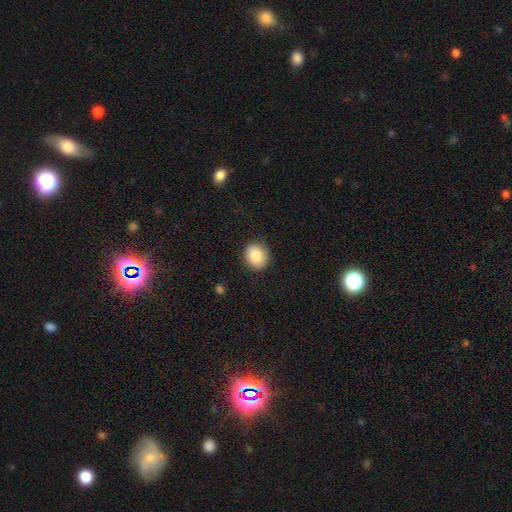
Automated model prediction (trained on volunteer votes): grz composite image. It shows a smooth galaxy with no disk features (86%) that is round (71%). Merging: none (83%).